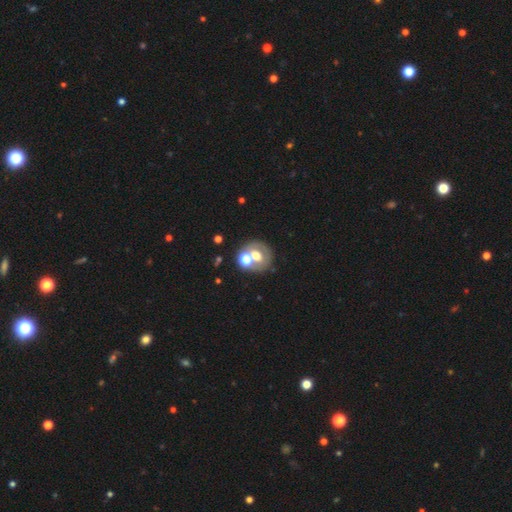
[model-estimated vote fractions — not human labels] Q: Smooth or featured?
A: smooth (47%); runner-up: featured or disk (38%)
Q: Merging?
A: none (52%); runner-up: merger (32%)